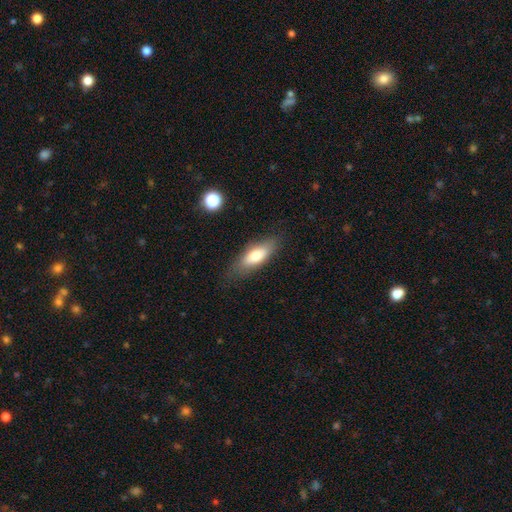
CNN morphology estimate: Overall: smooth (71%). How rounded: in between (68%). Merging: none (77%).